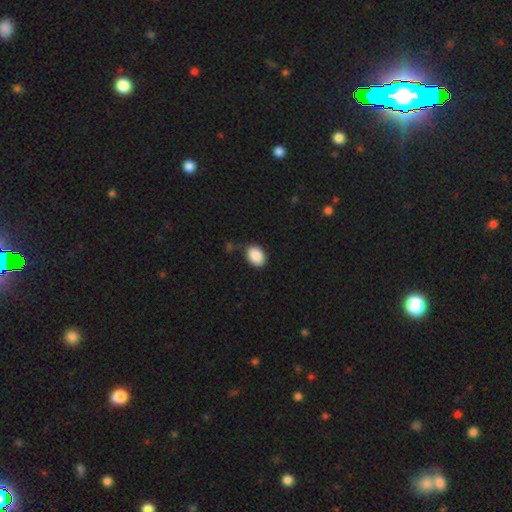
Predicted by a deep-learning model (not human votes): Smooth or featured?
  - smooth: 89% *
  - star or artifact: 7%
  - featured or disk: 3%
How rounded?
  - in between: 81% *
  - round: 18%
  - cigar-shaped: 1%
Merging?
  - none: 80% *
  - minor disturbance: 14%
  - major disturbance: 3%
  - merger: 2%